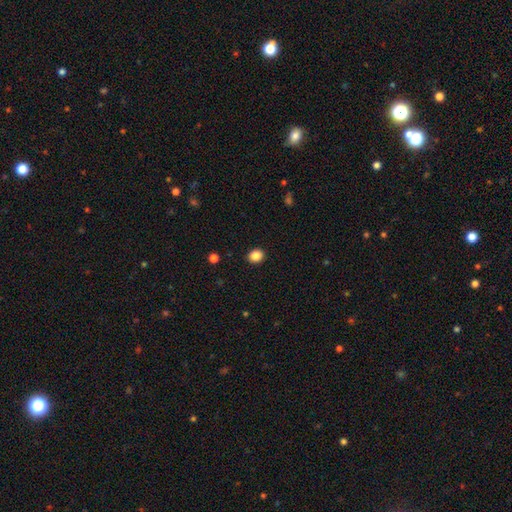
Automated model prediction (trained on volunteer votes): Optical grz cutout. It shows a smooth galaxy with no disk features (86%) that is round (70%). Merging: none (91%).